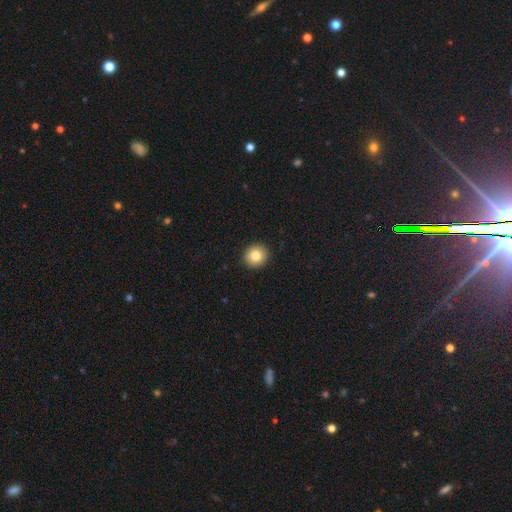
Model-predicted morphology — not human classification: A smooth galaxy with no disk features (81%) that is round (92%).

Vote fractions:
- Smooth or featured? smooth: 81% / star or artifact: 10% / featured or disk: 10%
- How rounded? round: 92% / in between: 7% / cigar-shaped: 1%
- Merging? none: 93% / minor disturbance: 5% / major disturbance: 1% / merger: 1%